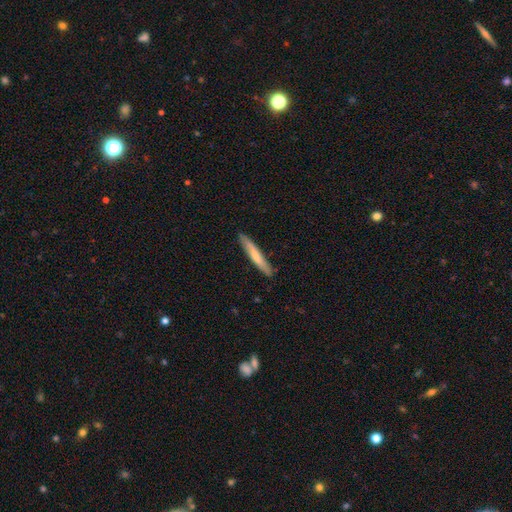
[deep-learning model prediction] smooth 66%, featured or disk 29%, star or artifact 5%. Down the decision tree: how rounded — cigar-shaped (94%); merging — none (88%).